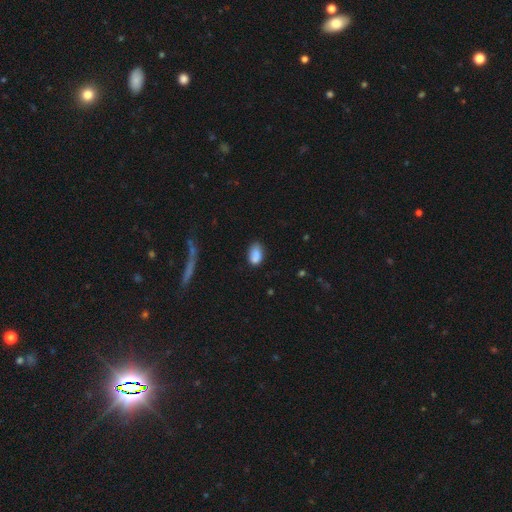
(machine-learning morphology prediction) smooth 85%, star or artifact 8%, featured or disk 7%. Down the decision tree: how rounded — in between (90%); merging — none (65%).